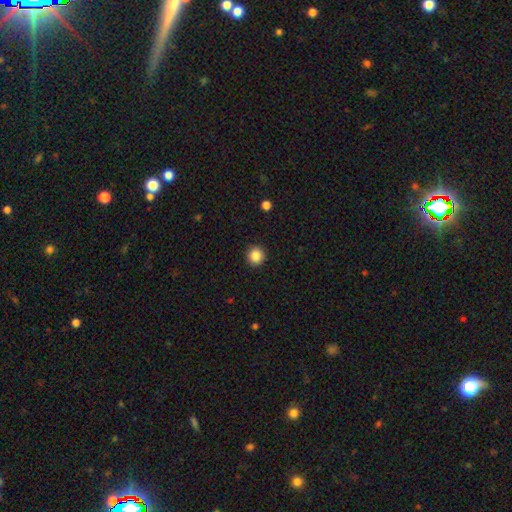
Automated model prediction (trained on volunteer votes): This is clearly a smooth galaxy (85%). How rounded: clearly round (93%). Merging: clearly none (93%).